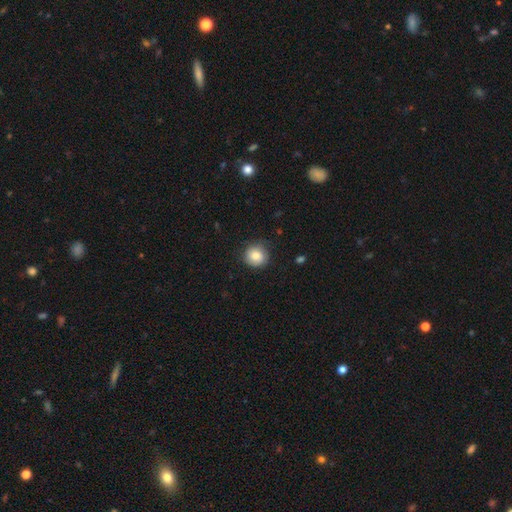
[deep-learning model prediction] smooth-or-featured: smooth: 81% | featured or disk: 10% | star or artifact: 9%
  how-rounded: round: 90% | in between: 9% | cigar-shaped: 1%
  merging: none: 78% | minor disturbance: 17% | major disturbance: 4% | merger: 1%